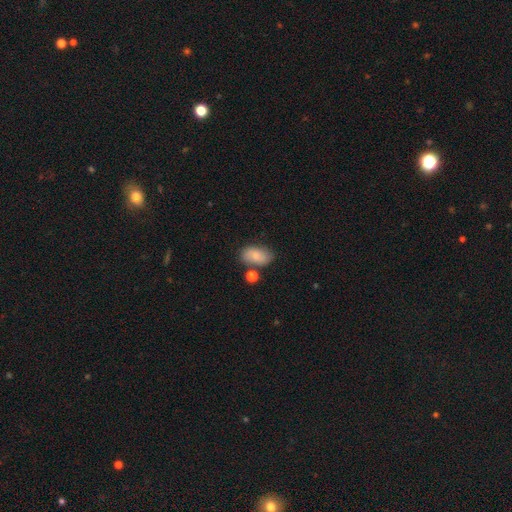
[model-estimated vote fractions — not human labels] Q: Smooth or featured?
A: smooth (77%); runner-up: featured or disk (15%)
Q: How rounded?
A: in between (90%); runner-up: round (9%)
Q: Merging?
A: none (66%); runner-up: minor disturbance (19%)